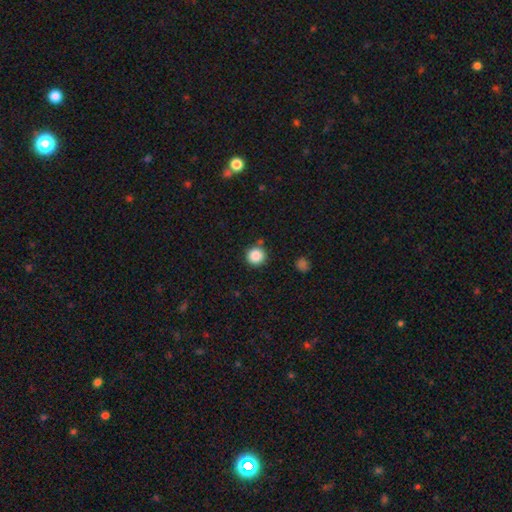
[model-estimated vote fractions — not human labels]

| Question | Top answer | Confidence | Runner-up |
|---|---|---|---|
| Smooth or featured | smooth | 86% | star or artifact (10%) |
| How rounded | round | 95% | in between (4%) |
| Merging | none | 86% | minor disturbance (8%) |